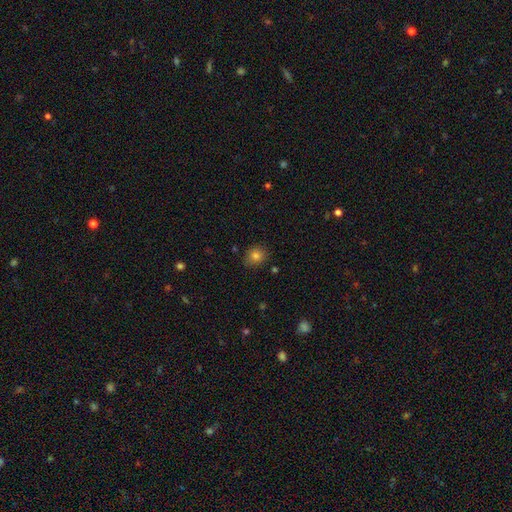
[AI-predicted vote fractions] Smooth or featured: smooth — 81% (star or artifact — 13%)
How rounded: round — 74% (in between — 25%)
Merging: none — 82% (minor disturbance — 13%)